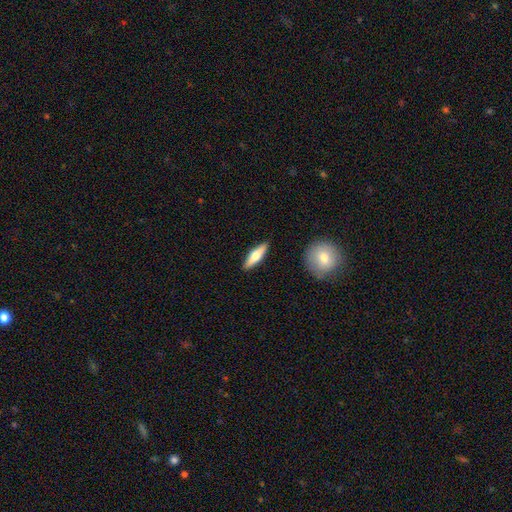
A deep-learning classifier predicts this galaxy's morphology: Smooth or featured? Predicted: smooth (p=0.55). How rounded? Predicted: cigar-shaped (p=0.64). Merging? Predicted: none (p=0.89).